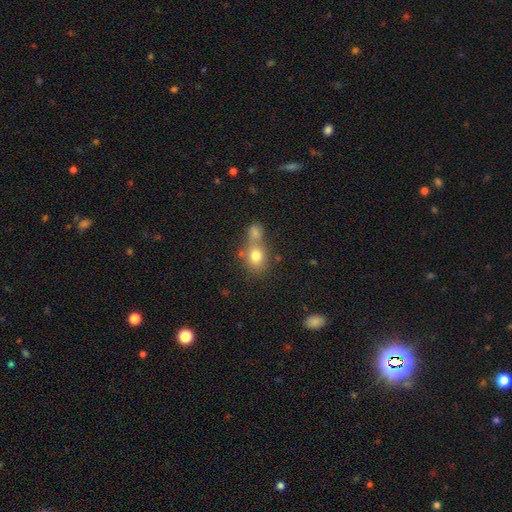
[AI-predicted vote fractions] smooth_or_featured: smooth (p=0.78) [alt: star or artifact p=0.11]
how_rounded: round (p=0.63) [alt: in between p=0.36]
merging: none (p=0.45) [alt: merger p=0.40]